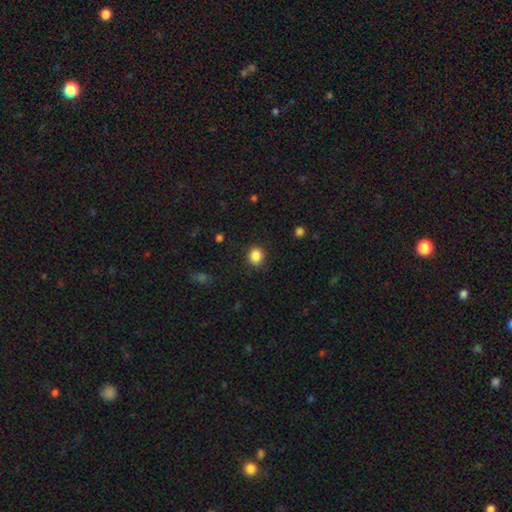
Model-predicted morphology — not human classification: This is clearly a smooth galaxy (86%). How rounded: likely round (74%). Merging: clearly none (87%).